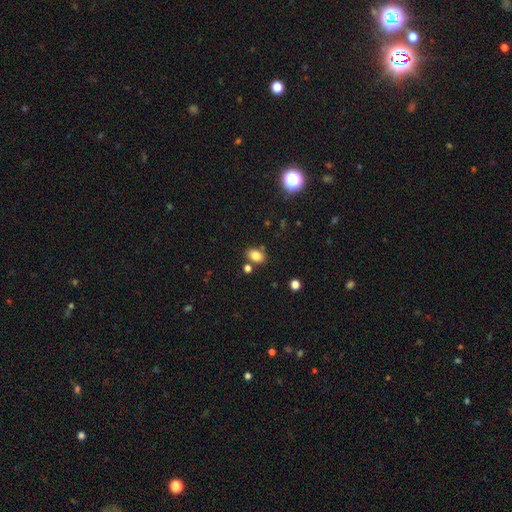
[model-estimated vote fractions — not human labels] smooth-or-featured: smooth: 83% | star or artifact: 11% | featured or disk: 6%
  how-rounded: in between: 80% | round: 19% | cigar-shaped: 1%
  merging: none: 76% | minor disturbance: 11% | merger: 10% | major disturbance: 3%